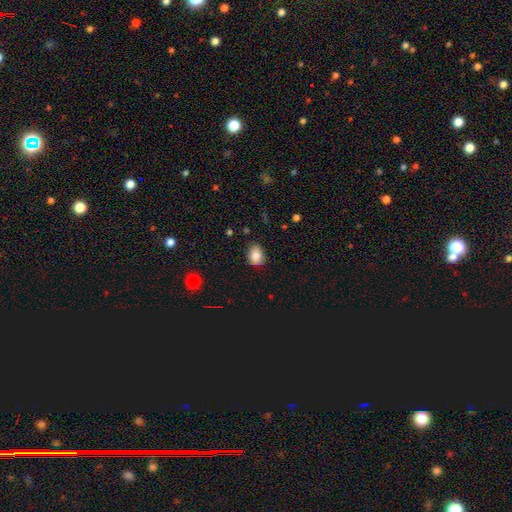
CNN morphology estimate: smooth_or_featured: smooth (p=0.85) [alt: star or artifact p=0.09]
how_rounded: in between (p=0.66) [alt: round p=0.33]
merging: none (p=0.81) [alt: minor disturbance p=0.15]